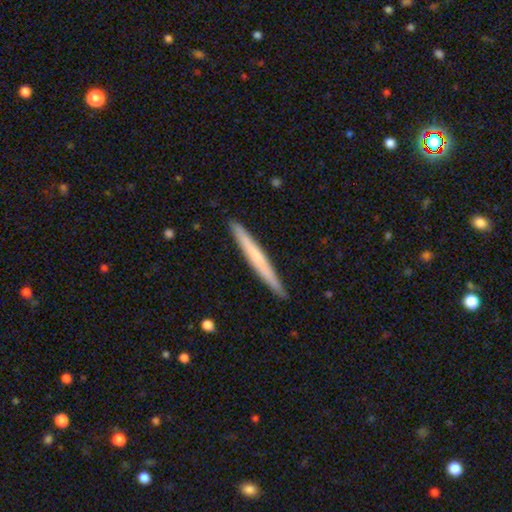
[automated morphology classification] smooth_or_featured: smooth (p=0.52) [alt: featured or disk p=0.43]
how_rounded: cigar-shaped (p=0.97) [alt: in between p=0.02]
merging: none (p=0.90) [alt: minor disturbance p=0.07]